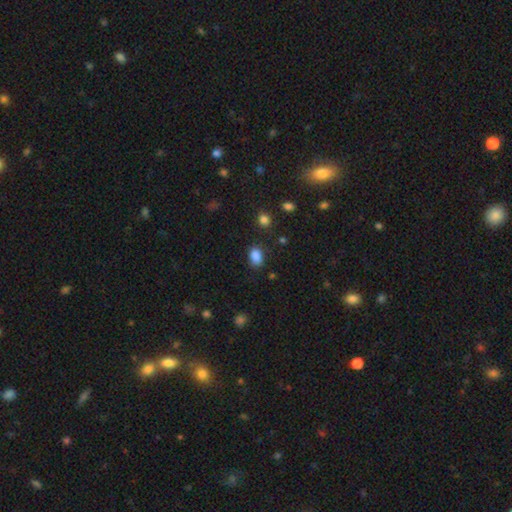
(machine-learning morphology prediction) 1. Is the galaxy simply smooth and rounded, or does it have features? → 86% smooth, 10% star or artifact, 4% featured or disk.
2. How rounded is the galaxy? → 82% in between, 17% round, 1% cigar-shaped.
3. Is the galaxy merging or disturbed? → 78% none, 15% minor disturbance, 4% major disturbance, 3% merger.